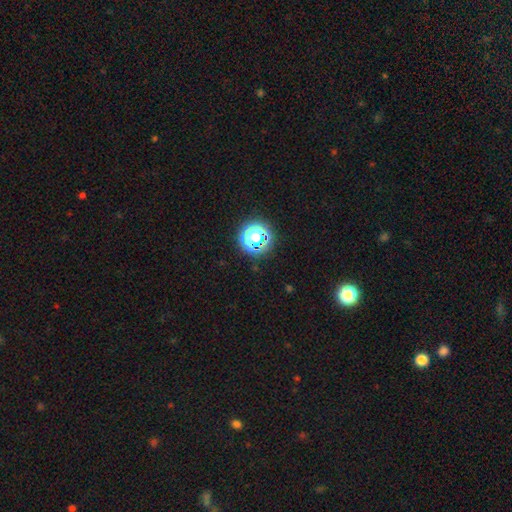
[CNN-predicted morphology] A star or artifact, not a galaxy (70%).

Vote fractions:
- Smooth or featured? star or artifact: 70% / smooth: 23% / featured or disk: 7%